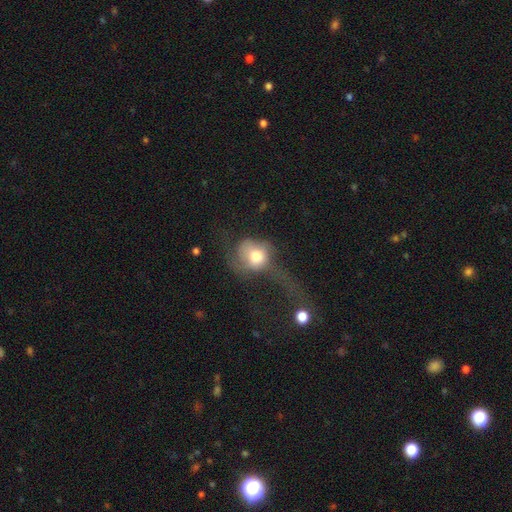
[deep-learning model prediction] smooth-or-featured: smooth: 62% | featured or disk: 29% | star or artifact: 9%
  how-rounded: round: 68% | in between: 31% | cigar-shaped: 2%
  merging: major disturbance: 60% | none: 18% | minor disturbance: 16% | merger: 6%